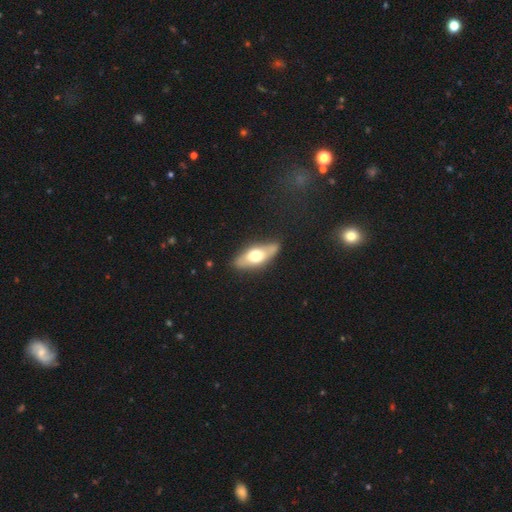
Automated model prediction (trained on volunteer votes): smooth 51%, featured or disk 43%, star or artifact 6%. Down the decision tree: how rounded — in between (67%); merging — none (83%).